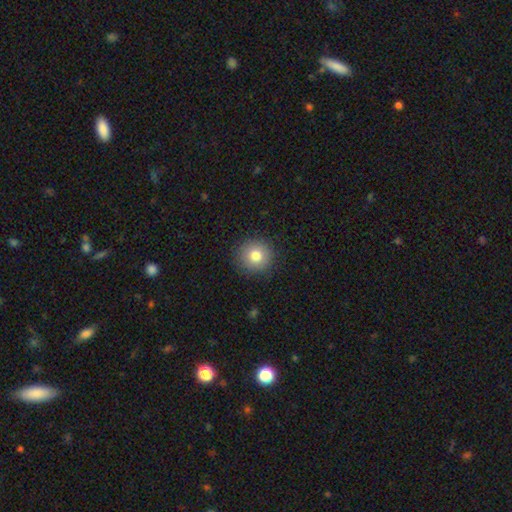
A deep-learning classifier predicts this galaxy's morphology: A smooth galaxy with no disk features (80%) that is round (94%). Merging: none (90%).